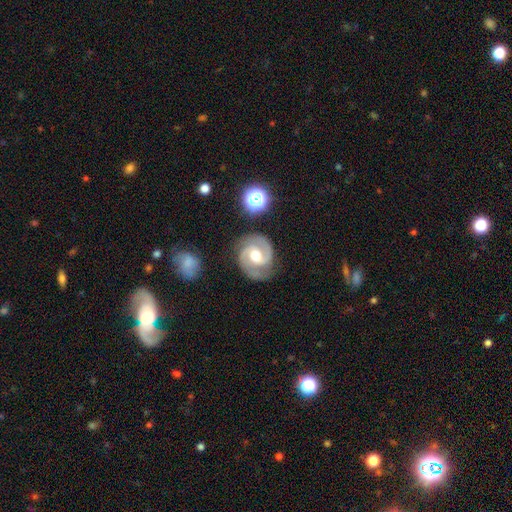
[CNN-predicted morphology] This is clearly a featured or disk galaxy (88%). It is clearly not viewed edge-on (98%). Bar: marginally weak (43%). Spiral arm pattern: clearly yes (97%). Spiral arm count: clearly 2 (91%). Spiral winding: possibly medium (47%). Central bulge: likely moderate (77%). Merging: clearly none (80%).